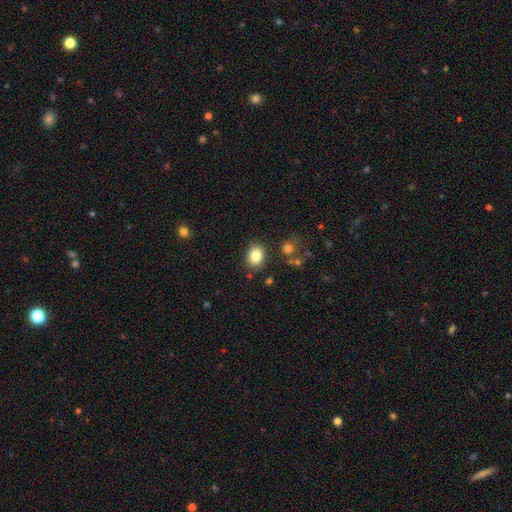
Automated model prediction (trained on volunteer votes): This appears to be a smooth galaxy with no disk features (84%) that is in between round and cigar-shaped (52%). Merging: none (84%).